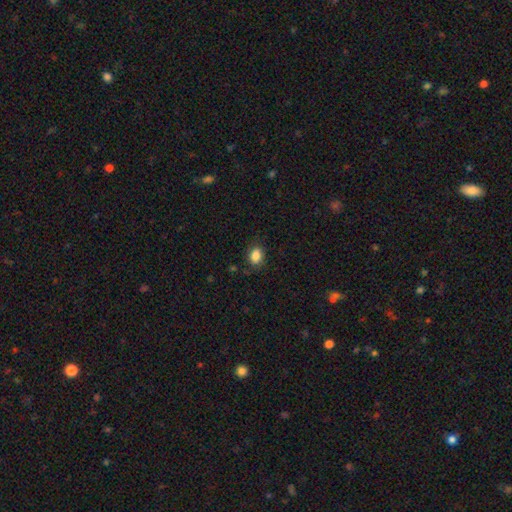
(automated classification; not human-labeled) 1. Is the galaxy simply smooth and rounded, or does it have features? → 86% smooth, 10% star or artifact, 4% featured or disk.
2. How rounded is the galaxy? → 68% in between, 31% round, 1% cigar-shaped.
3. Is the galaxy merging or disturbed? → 83% none, 13% minor disturbance, 3% major disturbance, 1% merger.